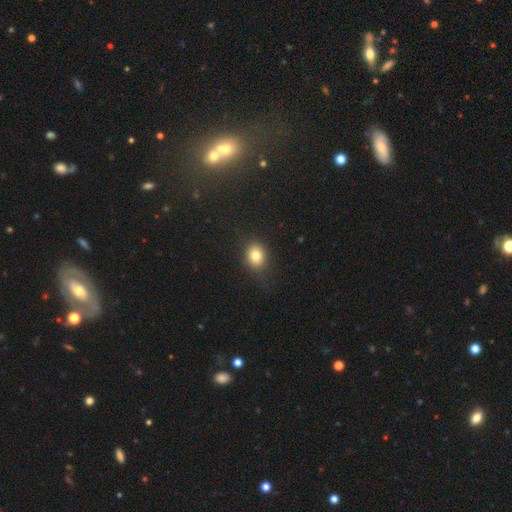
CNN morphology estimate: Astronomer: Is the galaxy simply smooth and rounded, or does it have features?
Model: smooth — 79%.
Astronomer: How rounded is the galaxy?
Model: round — 59% (runner-up: in between, 40%).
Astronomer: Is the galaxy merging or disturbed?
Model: none — 78%.